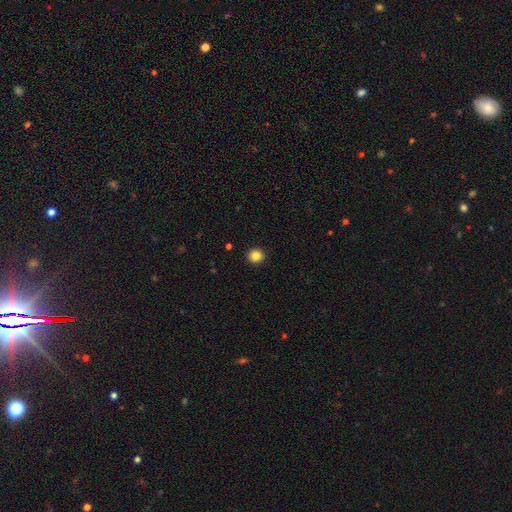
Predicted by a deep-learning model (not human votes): Smooth or featured: smooth — 86% (star or artifact — 10%)
How rounded: round — 91% (in between — 8%)
Merging: none — 93% (minor disturbance — 4%)